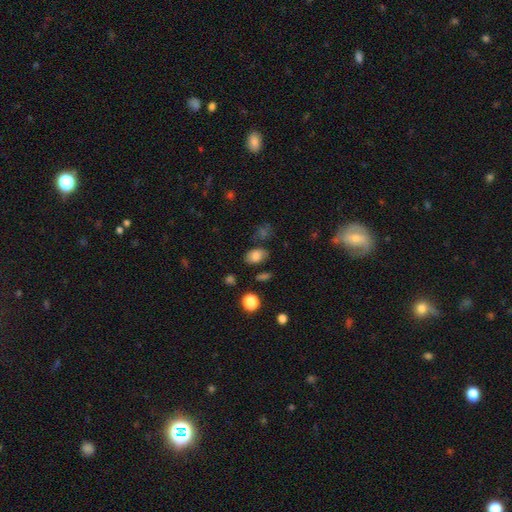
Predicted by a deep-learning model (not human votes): Morphology: type=smooth (79%); roundness=in between (84%); merging=none (71%).